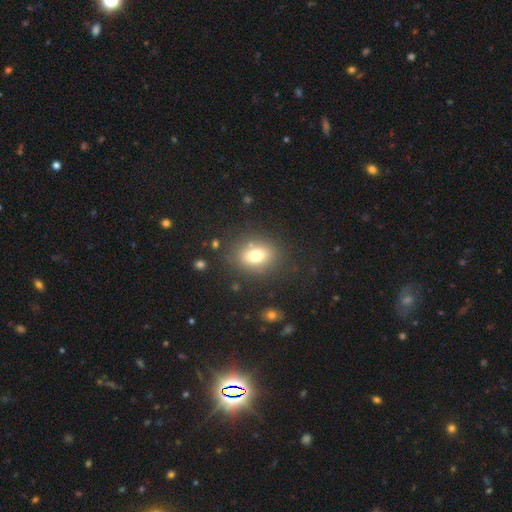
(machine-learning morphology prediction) The model was most divided on "how rounded": in between: 53%, round: 46%, cigar-shaped: 1%. More confident: merging — none (80%); smooth or featured — smooth (74%).